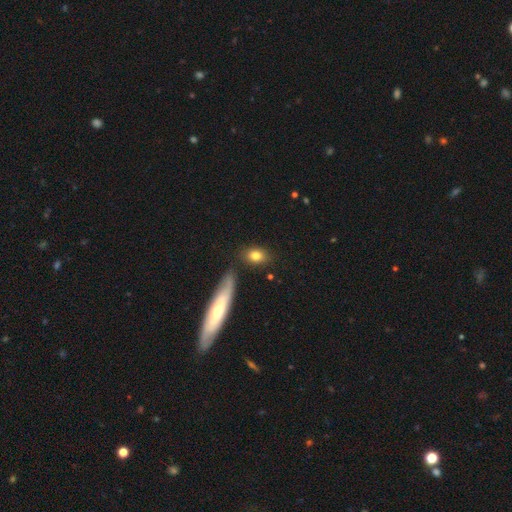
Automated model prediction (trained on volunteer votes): Smooth or featured?
  - smooth: 81% *
  - featured or disk: 11%
  - star or artifact: 9%
How rounded?
  - in between: 63% *
  - round: 29%
  - cigar-shaped: 8%
Merging?
  - none: 79% *
  - minor disturbance: 12%
  - merger: 6%
  - major disturbance: 4%